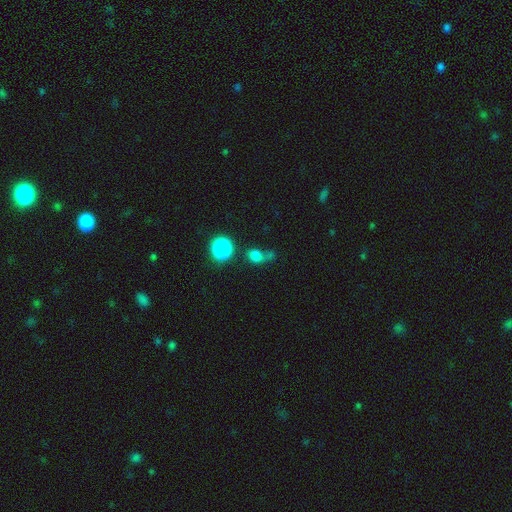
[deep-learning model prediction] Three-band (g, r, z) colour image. It shows a smooth galaxy with no disk features (72%) that is round (61%). Merging: none (41%).